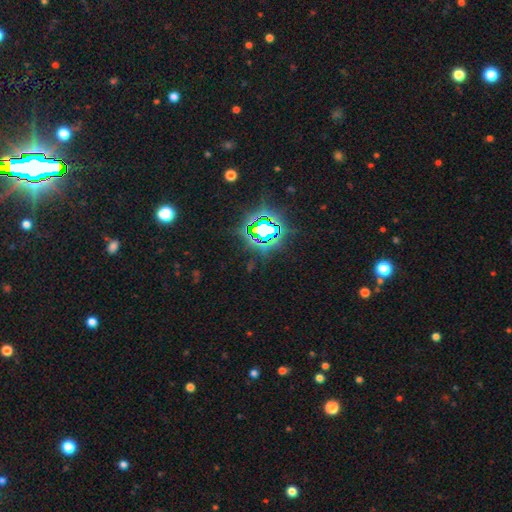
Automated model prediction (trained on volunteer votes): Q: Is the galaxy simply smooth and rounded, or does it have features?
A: star or artifact — 82%.